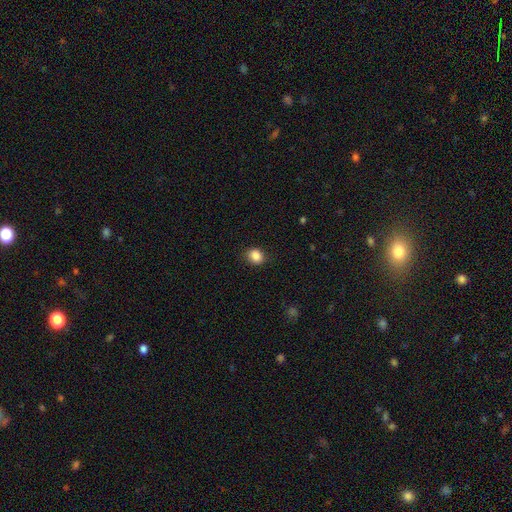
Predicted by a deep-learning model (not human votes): Smooth or featured? smooth (87%)
How rounded? round (60%)
Merging? none (84%)